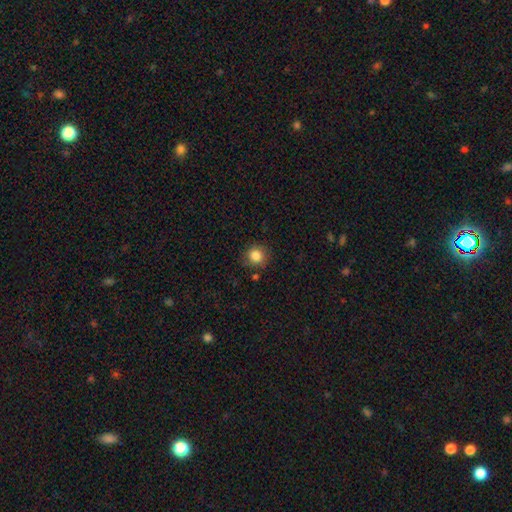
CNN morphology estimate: Overall: smooth (85%). How rounded: round (88%). Merging: none (84%).